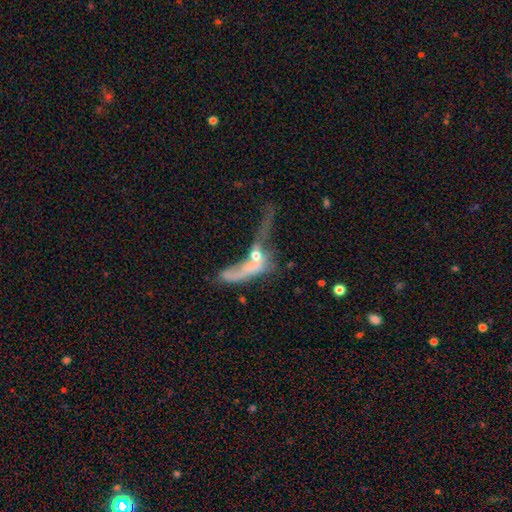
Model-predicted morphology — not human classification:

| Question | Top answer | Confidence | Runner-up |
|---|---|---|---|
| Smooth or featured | featured or disk | 49% | smooth (40%) |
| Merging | merger | 43% | major disturbance (38%) |